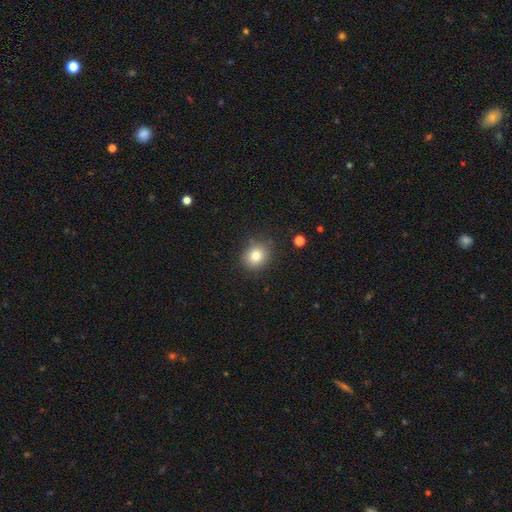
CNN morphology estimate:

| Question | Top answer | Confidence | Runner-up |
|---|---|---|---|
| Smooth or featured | smooth | 82% | star or artifact (10%) |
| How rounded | round | 71% | in between (28%) |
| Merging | none | 83% | minor disturbance (12%) |